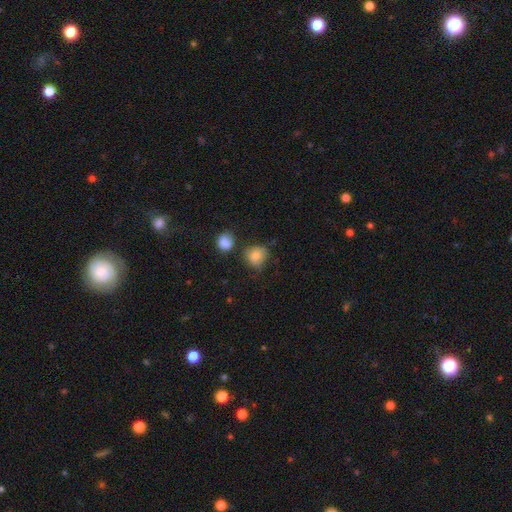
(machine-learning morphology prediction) A smooth galaxy with no disk features (82%) that is round (77%).

Vote fractions:
- Smooth or featured? smooth: 82% / star or artifact: 10% / featured or disk: 8%
- How rounded? round: 77% / in between: 22% / cigar-shaped: 1%
- Merging? none: 60% / minor disturbance: 24% / merger: 9% / major disturbance: 7%